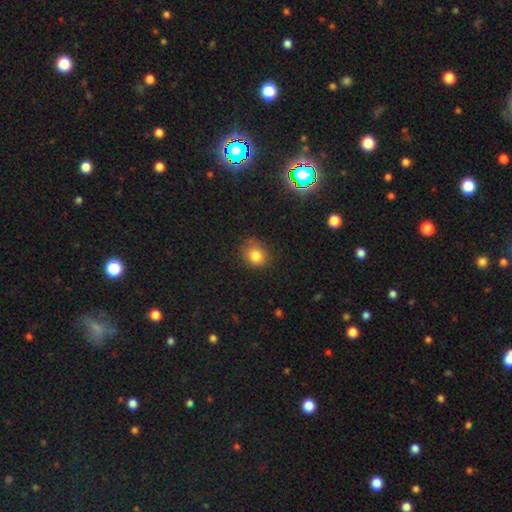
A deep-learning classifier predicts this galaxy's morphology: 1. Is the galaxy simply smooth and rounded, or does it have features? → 81% smooth, 12% star or artifact, 7% featured or disk.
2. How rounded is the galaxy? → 68% round, 31% in between, 1% cigar-shaped.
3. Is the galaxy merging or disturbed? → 75% none, 19% minor disturbance, 5% major disturbance, 1% merger.